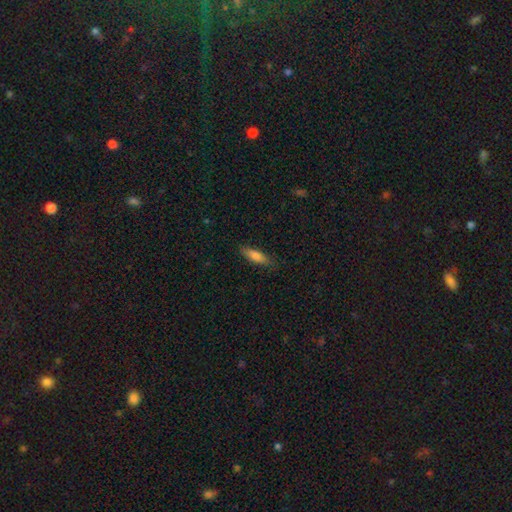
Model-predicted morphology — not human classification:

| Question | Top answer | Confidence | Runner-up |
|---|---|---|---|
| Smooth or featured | smooth | 77% | featured or disk (16%) |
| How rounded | cigar-shaped | 57% | in between (41%) |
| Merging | none | 84% | minor disturbance (13%) |